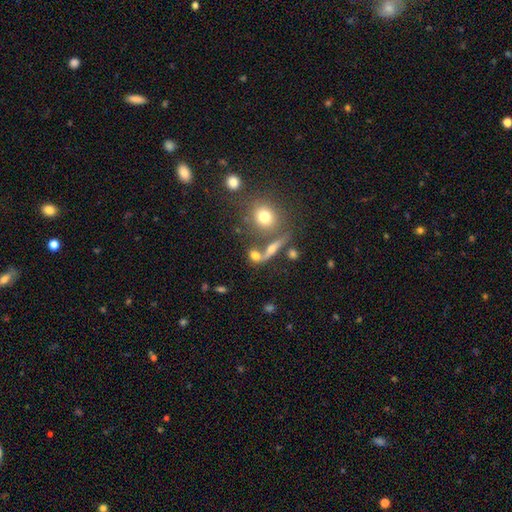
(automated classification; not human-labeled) smooth 56%, featured or disk 28%, star or artifact 16%. Down the decision tree: how rounded — round (42%); merging — none (51%).